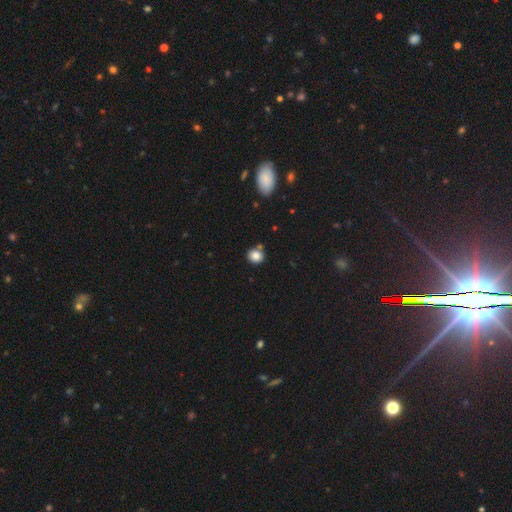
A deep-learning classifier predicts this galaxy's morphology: smooth 84%, star or artifact 11%, featured or disk 5%. Down the decision tree: how rounded — round (86%); merging — none (76%).